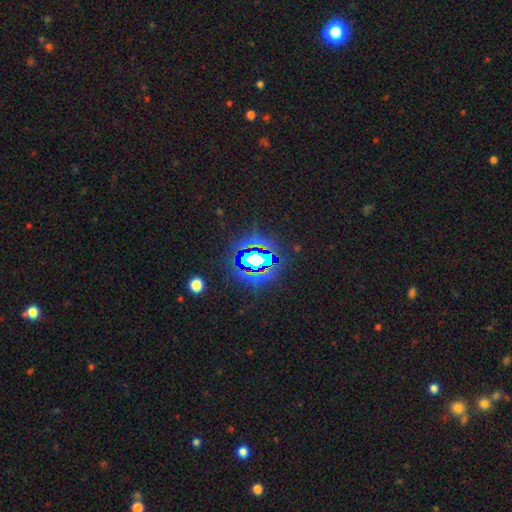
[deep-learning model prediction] Smooth or featured: star or artifact — 81% (smooth — 11%)